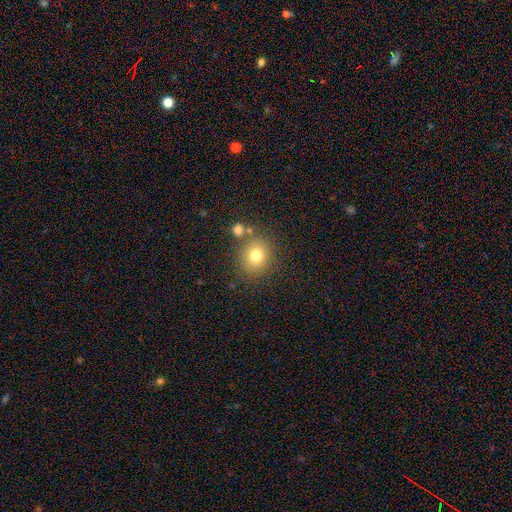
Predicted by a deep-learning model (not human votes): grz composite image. It shows a smooth galaxy with no disk features (77%) that is round (80%). Merging: none (75%).